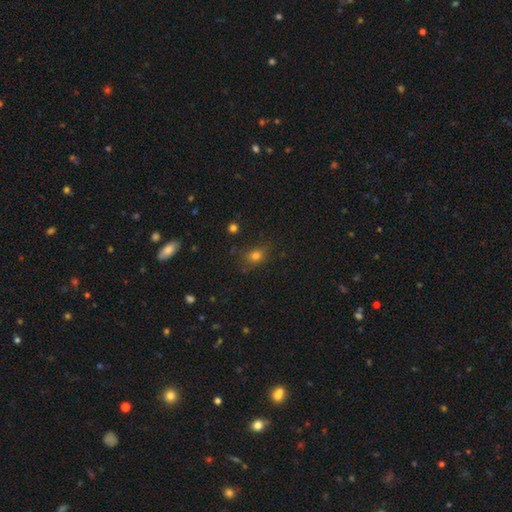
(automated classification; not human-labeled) This appears to be a smooth galaxy with no disk features (74%) that is round (53%). Merging: none (74%).